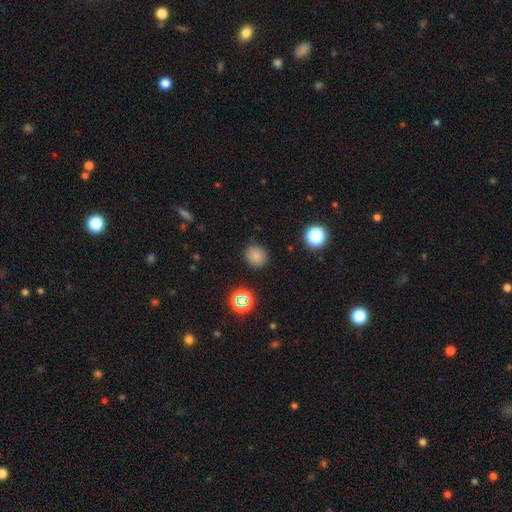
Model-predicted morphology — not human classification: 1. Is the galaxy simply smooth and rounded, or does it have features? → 79% smooth, 16% star or artifact, 5% featured or disk.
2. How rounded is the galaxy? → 87% round, 12% in between, 1% cigar-shaped.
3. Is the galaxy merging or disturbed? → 88% none, 8% minor disturbance, 3% major disturbance, 2% merger.